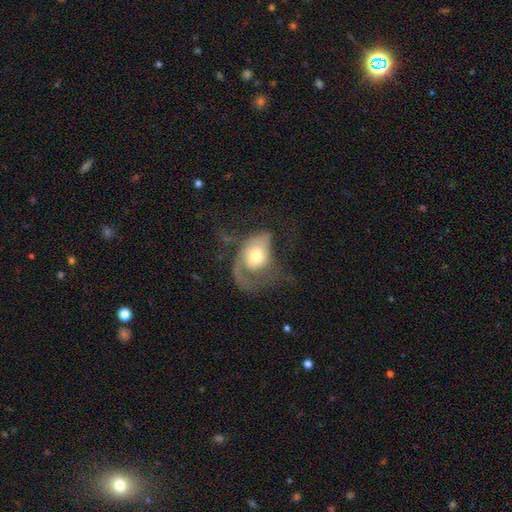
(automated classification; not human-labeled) A featured or disk galaxy (57%) with no bar (79%), spiral arms (64%) and a moderate central bulge (66%).

Vote fractions:
- Smooth or featured? featured or disk: 57% / smooth: 36% / star or artifact: 7%
- Edge-on disk? no: 96% / yes: 4%
- Bar? no: 79% / weak: 17% / strong: 4%
- Spiral arms? yes: 64% / no: 36%
- Bulge size? moderate: 66% / large: 18% / small: 12% / dominant: 2% / none: 1%
- Merging? major disturbance: 57% / none: 22% / minor disturbance: 18% / merger: 3%